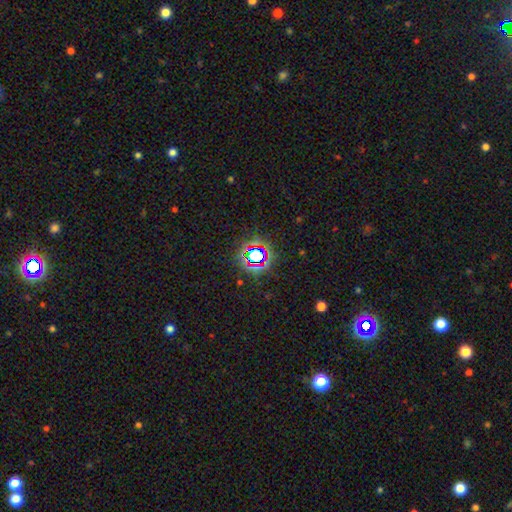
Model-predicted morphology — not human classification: type=star or artifact (72%).